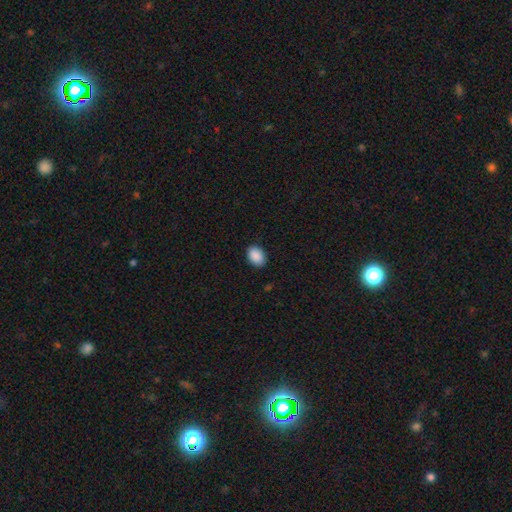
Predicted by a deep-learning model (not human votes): Smooth or featured? Predicted: smooth (p=0.90). How rounded? Predicted: in between (p=0.83). Merging? Predicted: none (p=0.88).